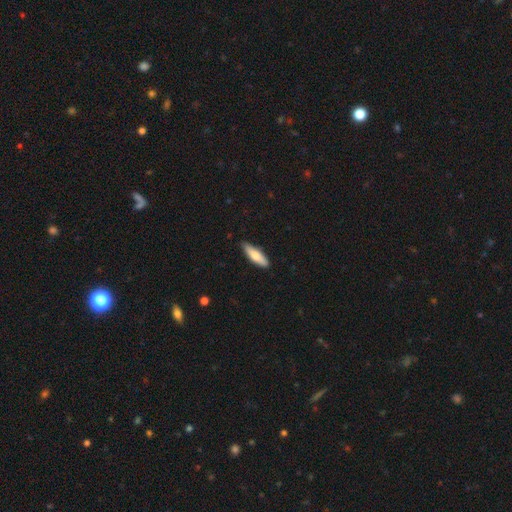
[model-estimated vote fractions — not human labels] smooth-or-featured: smooth: 73% | featured or disk: 22% | star or artifact: 5%
  how-rounded: cigar-shaped: 58% | in between: 40% | round: 2%
  merging: none: 84% | minor disturbance: 13% | major disturbance: 2% | merger: 1%